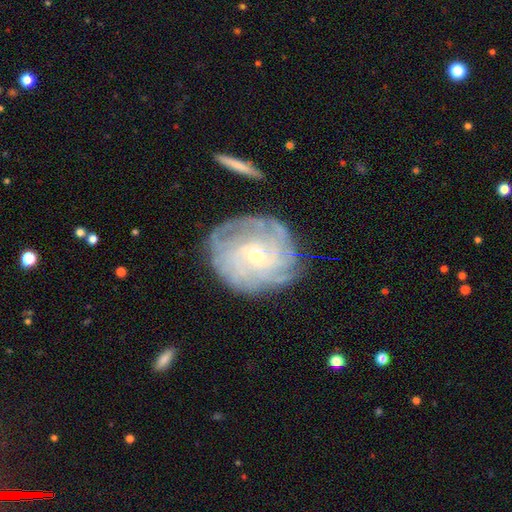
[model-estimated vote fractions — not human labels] Q: Smooth or featured?
A: featured or disk (81%); runner-up: smooth (12%)
Q: Edge-on disk?
A: no (97%); runner-up: yes (3%)
Q: Bar?
A: no (51%); runner-up: weak (40%)
Q: Spiral arms?
A: yes (92%); runner-up: no (8%)
Q: Spiral winding?
A: tight (69%); runner-up: medium (24%)
Q: Spiral arm count?
A: can't tell (40%); runner-up: 4 (21%)
Q: Bulge size?
A: small (79%); runner-up: moderate (17%)
Q: Merging?
A: none (75%); runner-up: minor disturbance (16%)